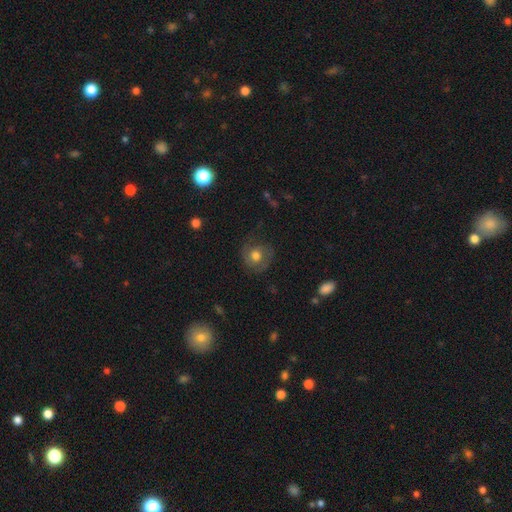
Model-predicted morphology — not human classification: Smooth or featured? smooth (52%)
How rounded? round (86%)
Merging? none (69%)